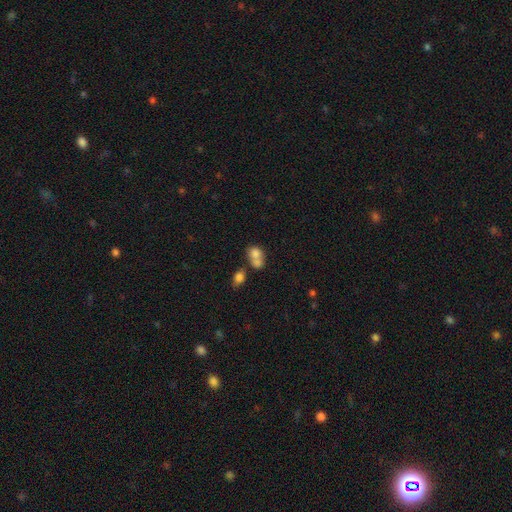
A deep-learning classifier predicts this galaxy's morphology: smooth 76%, featured or disk 14%, star or artifact 10%. Down the decision tree: how rounded — in between (51%); merging — merger (63%).